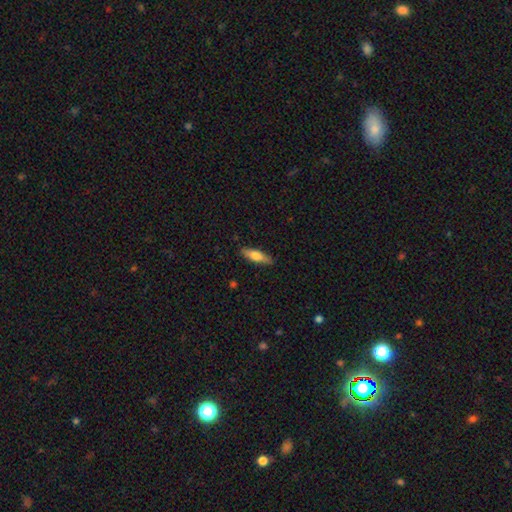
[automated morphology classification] A smooth galaxy with no disk features (66%) that is cigar-shaped (56%). Merging: none (87%).